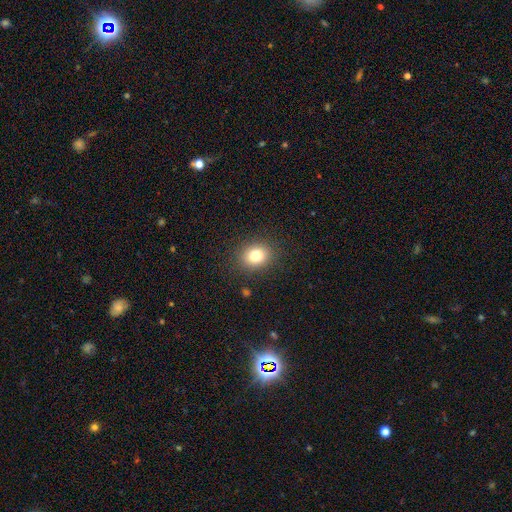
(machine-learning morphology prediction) Smooth or featured: smooth — 79% (star or artifact — 12%)
How rounded: round — 64% (in between — 35%)
Merging: none — 88% (minor disturbance — 8%)